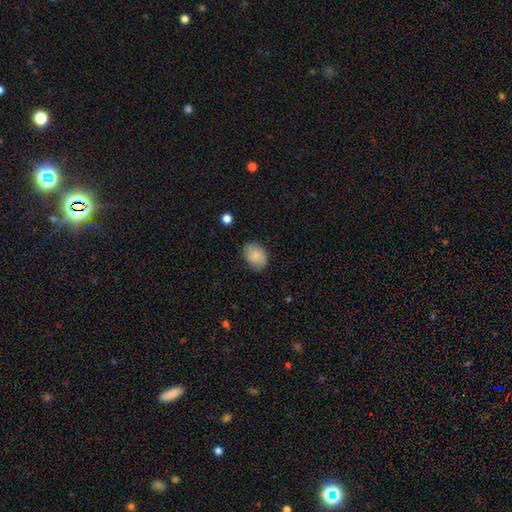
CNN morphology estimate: Smooth or featured? smooth (74%)
How rounded? in between (60%)
Merging? none (74%)